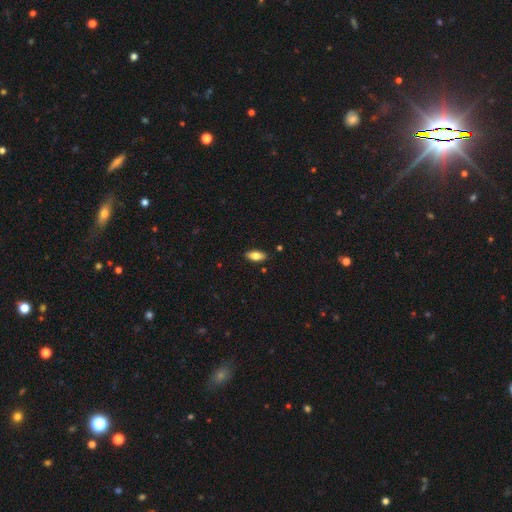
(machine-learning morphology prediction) Smooth or featured? Predicted: smooth (p=0.78). How rounded? Predicted: in between (p=0.87). Merging? Predicted: none (p=0.87).